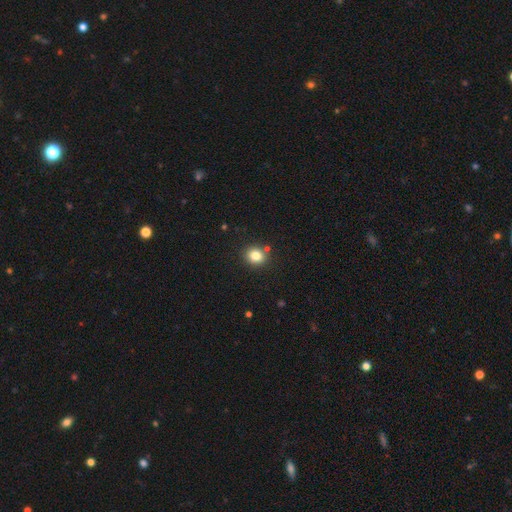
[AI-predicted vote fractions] Smooth or featured?
  - smooth: 82% *
  - star or artifact: 12%
  - featured or disk: 6%
How rounded?
  - round: 79% *
  - in between: 20%
  - cigar-shaped: 1%
Merging?
  - none: 84% *
  - minor disturbance: 8%
  - merger: 5%
  - major disturbance: 2%